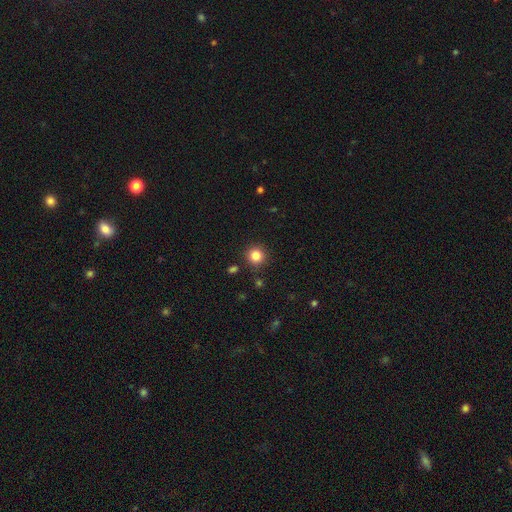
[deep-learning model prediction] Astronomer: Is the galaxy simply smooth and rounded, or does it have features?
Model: smooth — 84%.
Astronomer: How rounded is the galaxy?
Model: round — 93%.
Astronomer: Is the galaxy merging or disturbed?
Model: none — 89%.